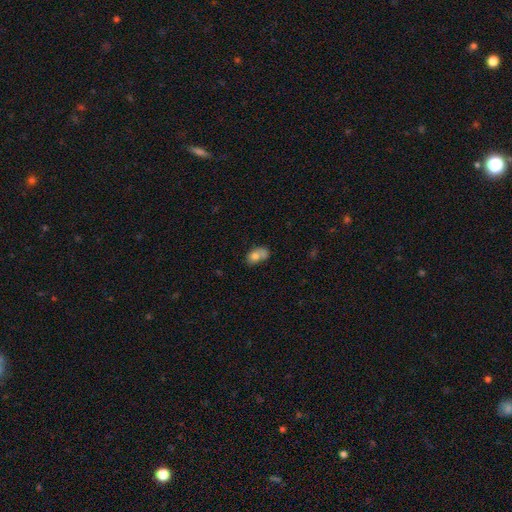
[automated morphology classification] smooth-or-featured: smooth: 72% | featured or disk: 19% | star or artifact: 9%
  how-rounded: in between: 81% | round: 17% | cigar-shaped: 2%
  merging: none: 33% | minor disturbance: 28% | merger: 23% | major disturbance: 16%